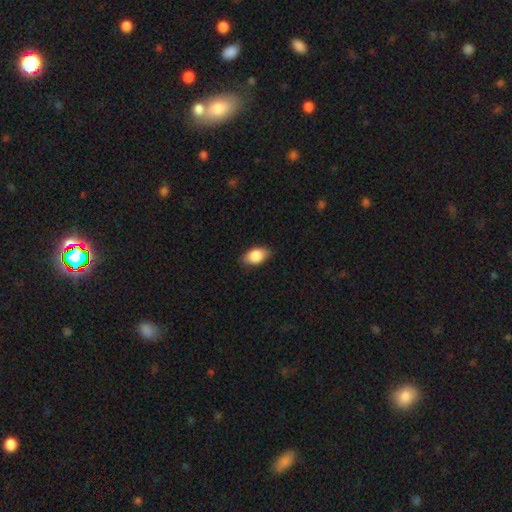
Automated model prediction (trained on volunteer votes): smooth_or_featured: smooth (p=0.85) [alt: featured or disk p=0.08]
how_rounded: in between (p=0.89) [alt: round p=0.08]
merging: none (p=0.85) [alt: minor disturbance p=0.12]